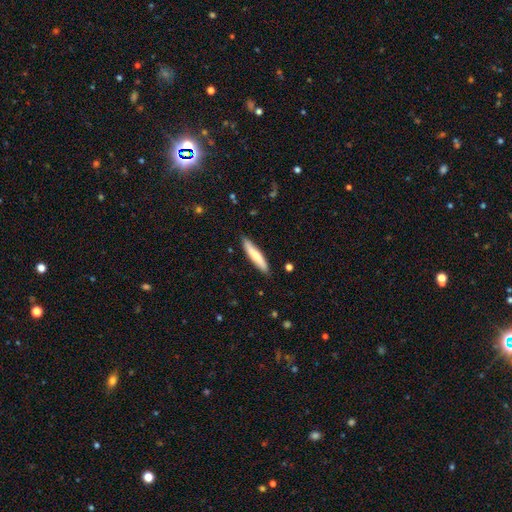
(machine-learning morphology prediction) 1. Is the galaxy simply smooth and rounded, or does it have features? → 68% smooth, 27% featured or disk, 5% star or artifact.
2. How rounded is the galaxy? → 88% cigar-shaped, 11% in between, 1% round.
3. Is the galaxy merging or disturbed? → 88% none, 10% minor disturbance, 2% major disturbance, 1% merger.